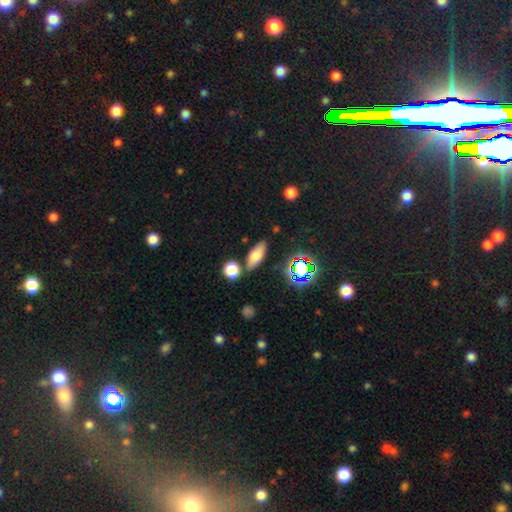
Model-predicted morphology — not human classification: This is likely a smooth galaxy (70%). How rounded: likely in between (71%). Merging: likely none (78%).